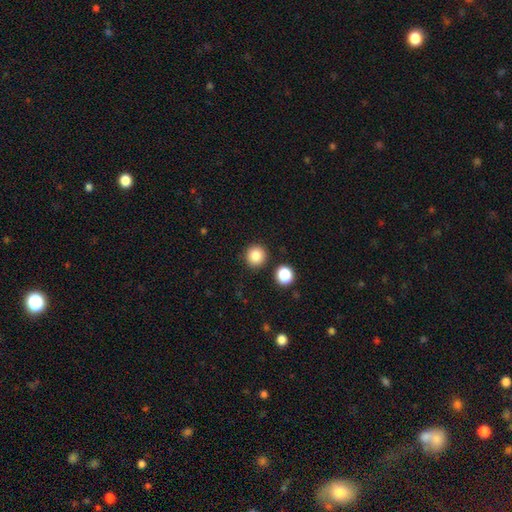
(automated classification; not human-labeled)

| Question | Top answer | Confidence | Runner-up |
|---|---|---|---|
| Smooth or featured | smooth | 85% | star or artifact (10%) |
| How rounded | round | 94% | in between (6%) |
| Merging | none | 89% | minor disturbance (6%) |